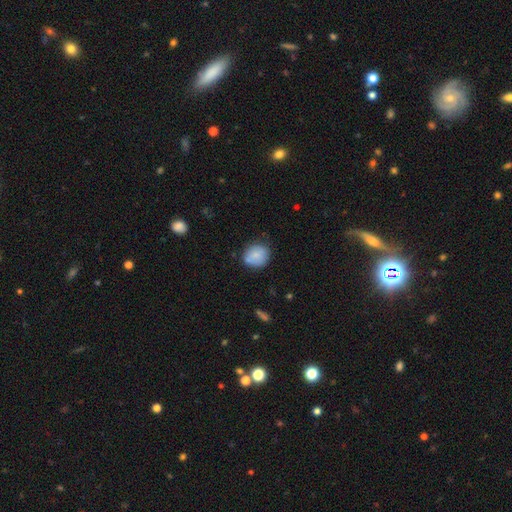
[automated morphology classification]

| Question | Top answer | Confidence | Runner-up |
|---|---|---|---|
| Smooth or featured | smooth | 81% | featured or disk (11%) |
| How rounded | round | 78% | in between (21%) |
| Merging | none | 70% | minor disturbance (19%) |